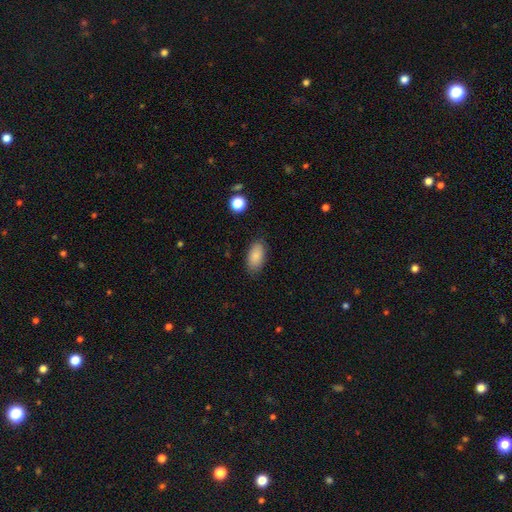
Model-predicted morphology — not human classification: This is clearly a smooth galaxy (86%). How rounded: clearly in between (93%). Merging: clearly none (82%).